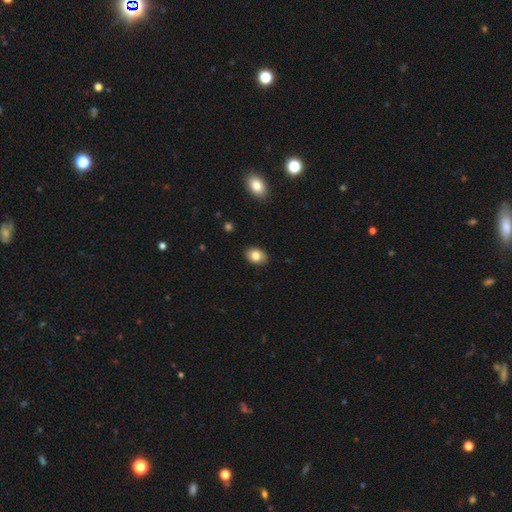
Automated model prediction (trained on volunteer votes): Smooth or featured? Predicted: smooth (p=0.82). How rounded? Predicted: in between (p=0.76). Merging? Predicted: none (p=0.86).